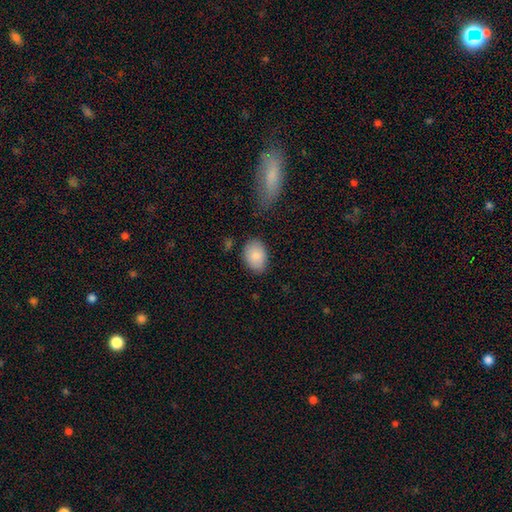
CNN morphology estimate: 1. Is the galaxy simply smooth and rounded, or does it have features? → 86% smooth, 7% featured or disk, 6% star or artifact.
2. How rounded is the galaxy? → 79% in between, 20% round, 1% cigar-shaped.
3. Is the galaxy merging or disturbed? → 78% none, 16% minor disturbance, 3% major disturbance, 3% merger.